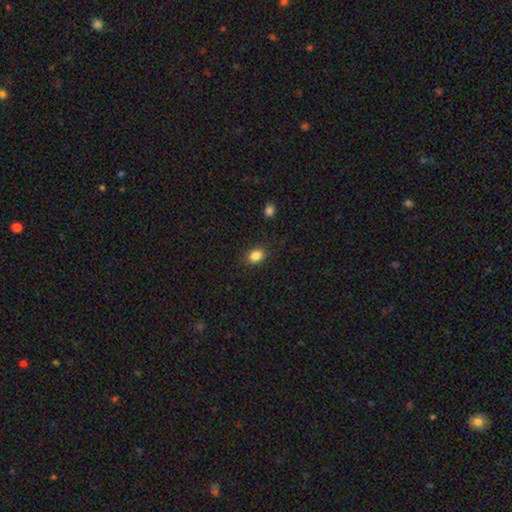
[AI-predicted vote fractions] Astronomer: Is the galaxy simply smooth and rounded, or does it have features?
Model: smooth — 85%.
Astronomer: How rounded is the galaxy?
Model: in between — 56% (runner-up: round, 43%).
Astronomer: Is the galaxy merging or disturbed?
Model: none — 87%.